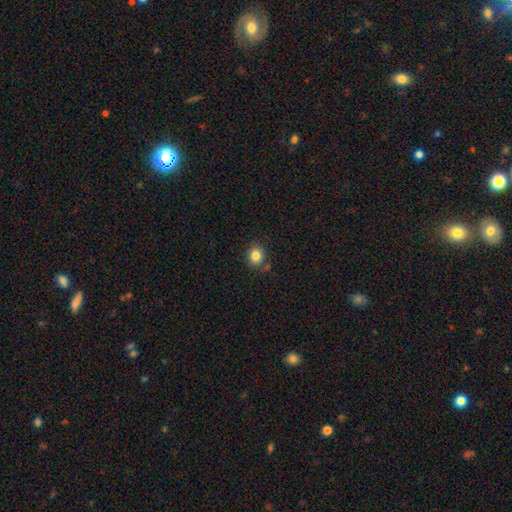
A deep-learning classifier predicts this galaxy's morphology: This appears to be a smooth galaxy with no disk features (83%) that is round (73%). Merging: none (81%).